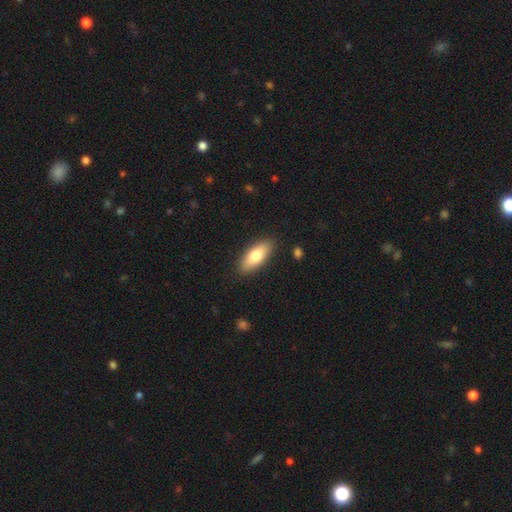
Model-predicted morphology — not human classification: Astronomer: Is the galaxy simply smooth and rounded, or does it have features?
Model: smooth — 73%.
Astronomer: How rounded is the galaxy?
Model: in between — 77%.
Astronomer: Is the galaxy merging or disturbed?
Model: none — 88%.